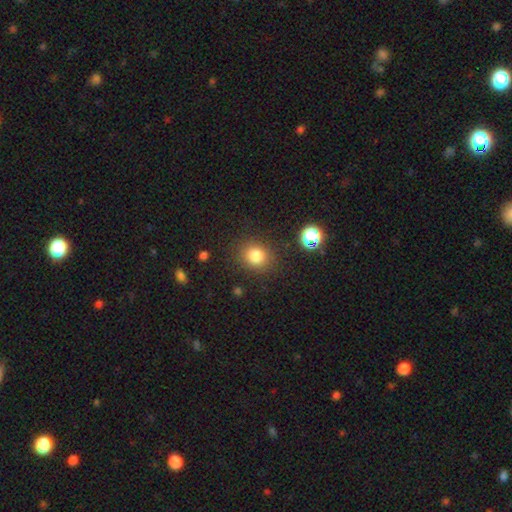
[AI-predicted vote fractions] A smooth galaxy with no disk features (82%) that is round (79%). Merging: none (86%).